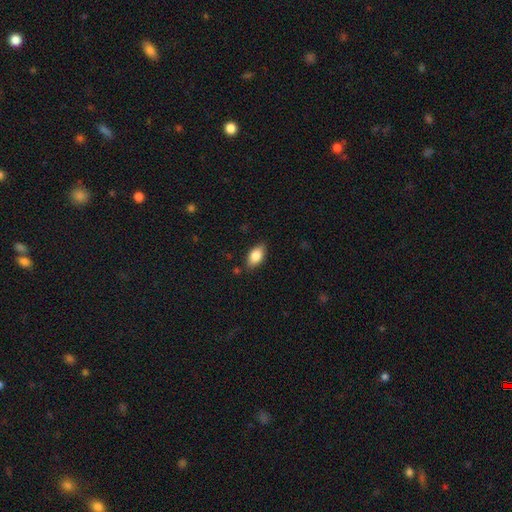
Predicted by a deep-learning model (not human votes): Morphology: type=smooth (81%); roundness=in between (90%); merging=none (84%).